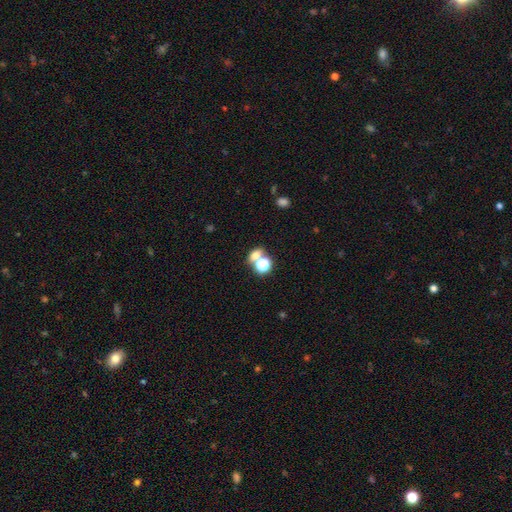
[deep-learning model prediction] smooth_or_featured: smooth (p=0.60) [alt: star or artifact p=0.28]
how_rounded: round (p=0.53) [alt: in between p=0.44]
merging: none (p=0.52) [alt: merger p=0.36]